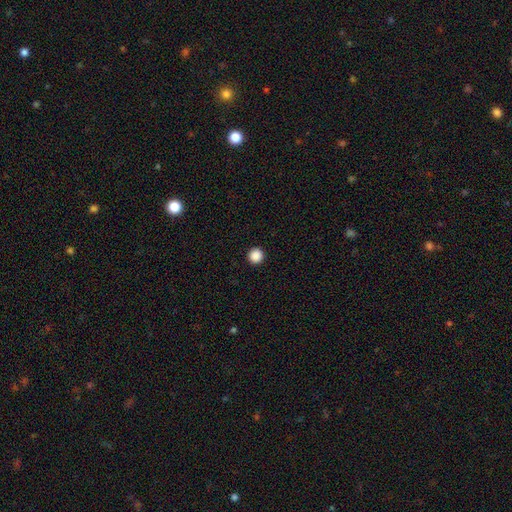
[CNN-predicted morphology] This appears to be a smooth galaxy with no disk features (89%) that is round (96%). Merging: none (94%).